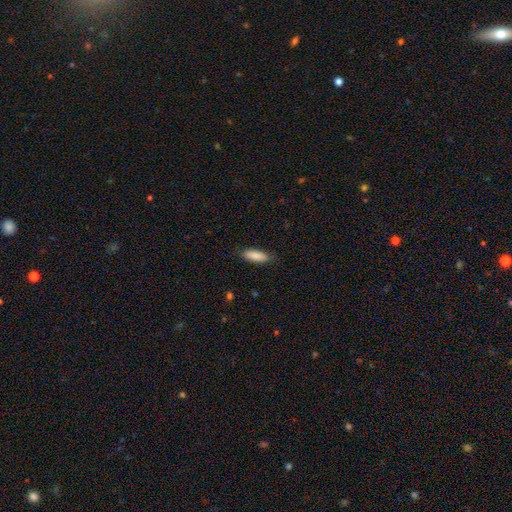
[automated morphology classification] A smooth galaxy with no disk features (87%) that is in between round and cigar-shaped (52%). Merging: none (83%).